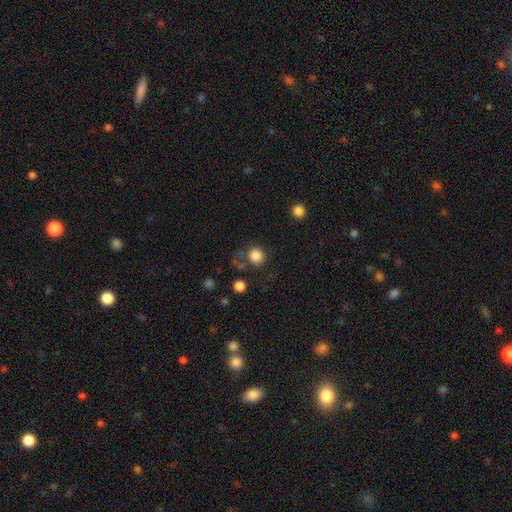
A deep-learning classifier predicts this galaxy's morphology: Smooth or featured? Predicted: smooth (p=0.83). How rounded? Predicted: round (p=0.92). Merging? Predicted: none (p=0.75).